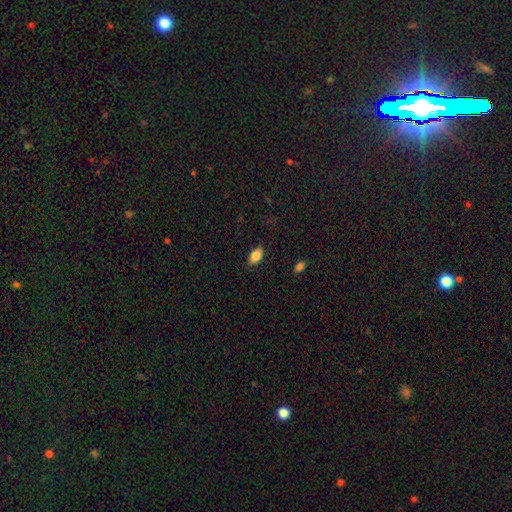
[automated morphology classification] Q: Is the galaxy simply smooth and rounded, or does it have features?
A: smooth — 86%.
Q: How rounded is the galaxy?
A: in between — 92%.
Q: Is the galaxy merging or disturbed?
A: none — 86%.